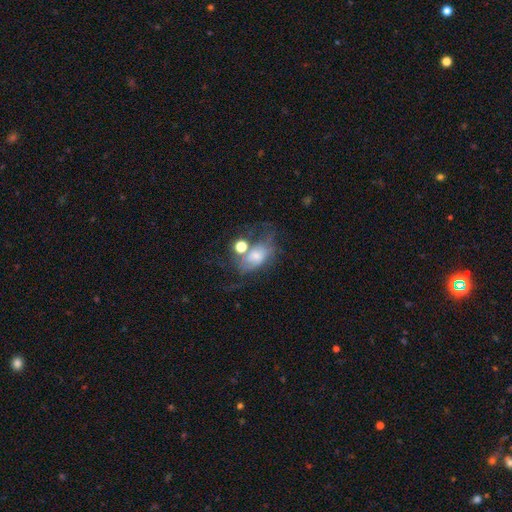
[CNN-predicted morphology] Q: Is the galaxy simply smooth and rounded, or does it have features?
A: smooth — 49%.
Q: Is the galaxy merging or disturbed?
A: major disturbance — 29%.